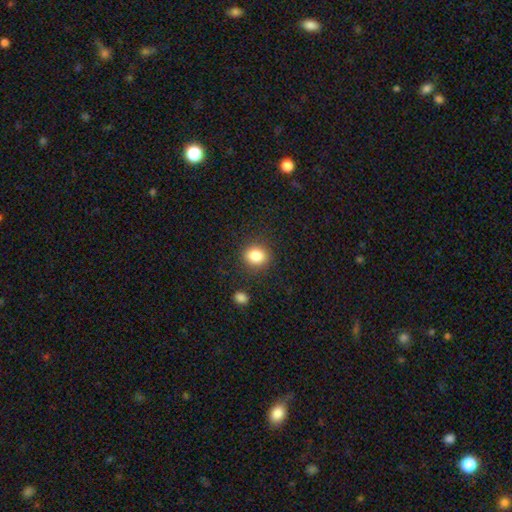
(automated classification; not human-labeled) A smooth galaxy with no disk features (85%) that is round (75%). Merging: none (86%).